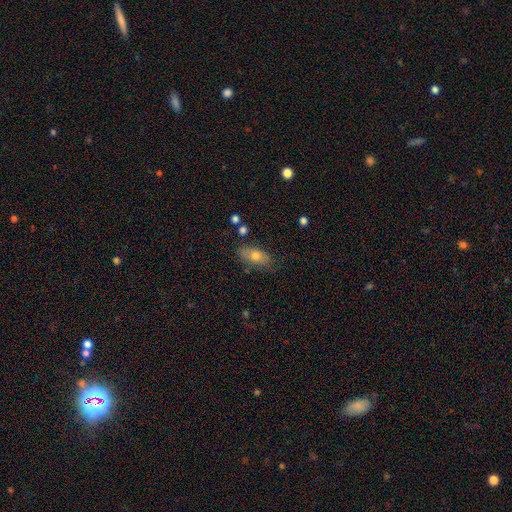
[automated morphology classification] A smooth galaxy with no disk features (73%) that is in between round and cigar-shaped (87%).

Vote fractions:
- Smooth or featured? smooth: 73% / featured or disk: 19% / star or artifact: 8%
- How rounded? in between: 87% / cigar-shaped: 7% / round: 5%
- Merging? none: 76% / minor disturbance: 17% / major disturbance: 4% / merger: 3%